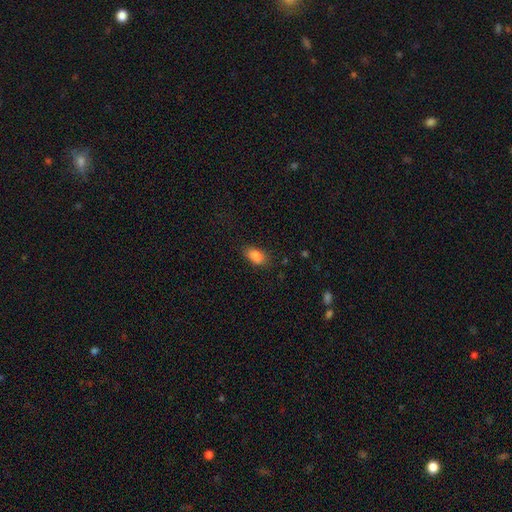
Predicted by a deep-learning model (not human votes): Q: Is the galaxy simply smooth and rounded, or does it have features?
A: smooth — 84%.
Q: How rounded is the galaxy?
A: in between — 88%.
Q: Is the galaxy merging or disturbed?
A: none — 80%.